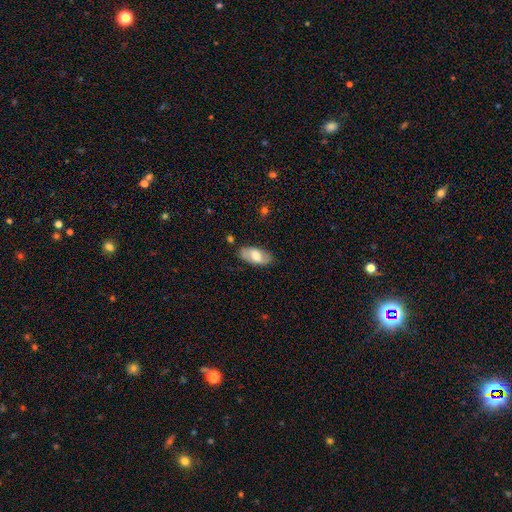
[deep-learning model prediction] Morphology: type=smooth (59%); roundness=in between (92%); merging=none (80%).